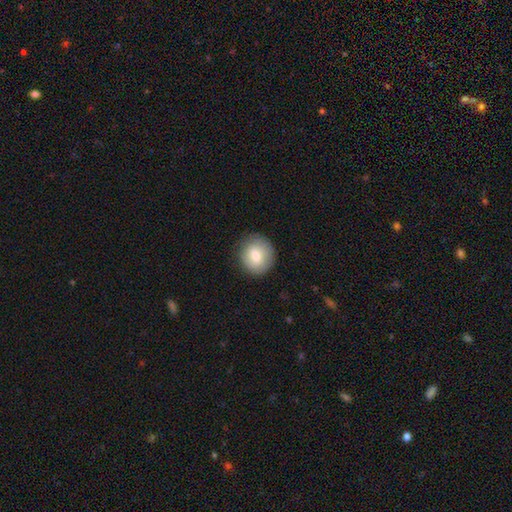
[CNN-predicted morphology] type=smooth (72%); roundness=round (83%); merging=none (84%).